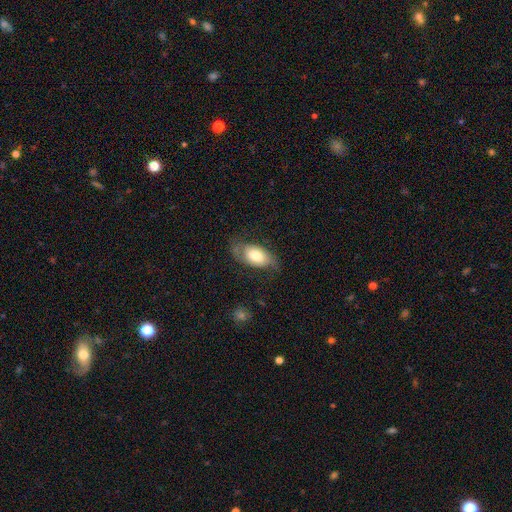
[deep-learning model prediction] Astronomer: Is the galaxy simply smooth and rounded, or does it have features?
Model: smooth — 48% (runner-up: featured or disk, 45%).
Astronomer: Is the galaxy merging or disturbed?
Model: none — 58%.